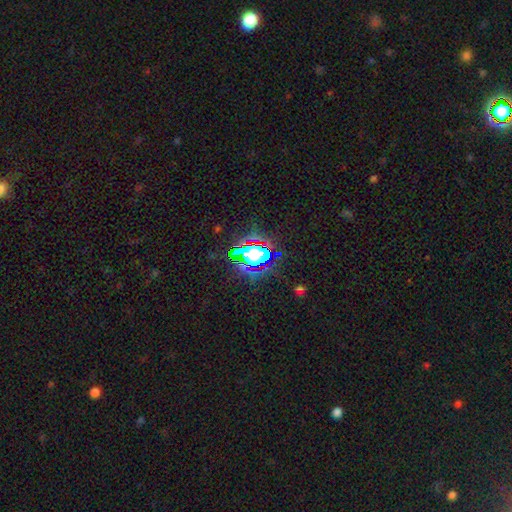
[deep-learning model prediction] This appears to be a star or artifact, not a galaxy (59%).